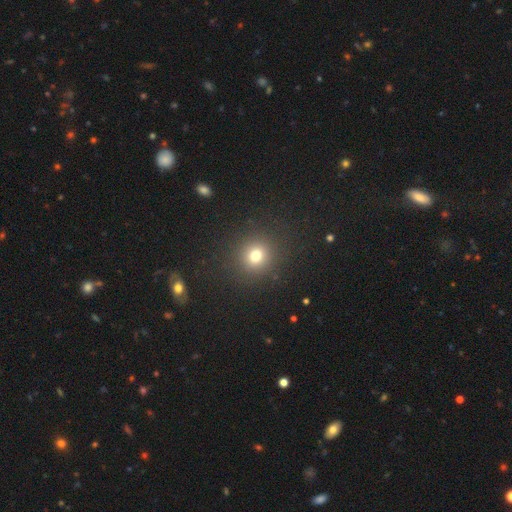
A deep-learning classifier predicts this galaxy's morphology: Q: Smooth or featured?
A: smooth (74%); runner-up: star or artifact (18%)
Q: How rounded?
A: round (89%); runner-up: in between (11%)
Q: Merging?
A: none (89%); runner-up: minor disturbance (6%)